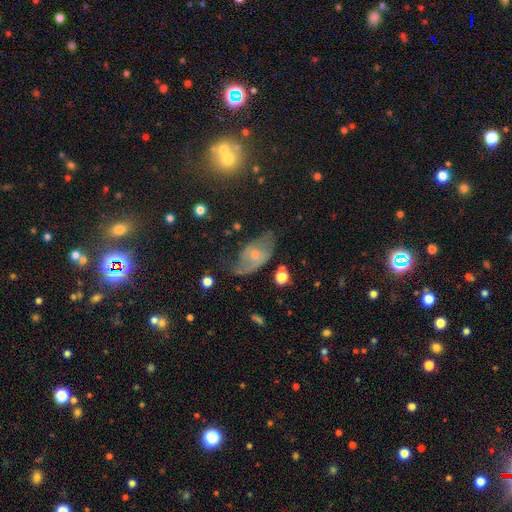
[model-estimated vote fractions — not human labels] Smooth or featured: featured or disk — 57% (smooth — 35%)
Edge-on disk: no — 92% (yes — 8%)
Bar: no — 71% (weak — 24%)
Spiral arms: yes — 67% (no — 33%)
Bulge size: small — 57% (moderate — 37%)
Merging: none — 42% (minor disturbance — 31%)